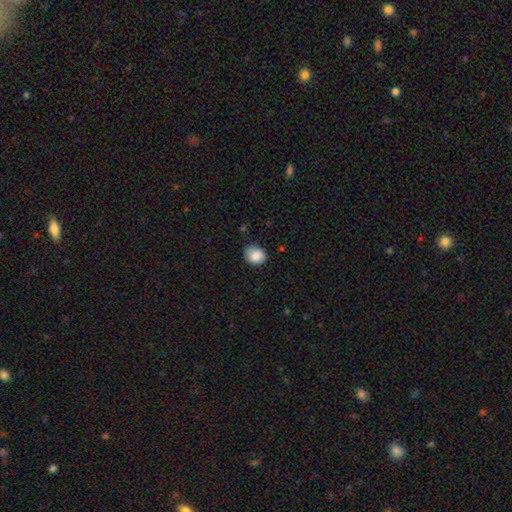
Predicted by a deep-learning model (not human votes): A smooth galaxy with no disk features (85%) that is round (59%).

Vote fractions:
- Smooth or featured? smooth: 85% / star or artifact: 8% / featured or disk: 7%
- How rounded? round: 59% / in between: 41% / cigar-shaped: 1%
- Merging? none: 69% / minor disturbance: 25% / major disturbance: 5% / merger: 2%